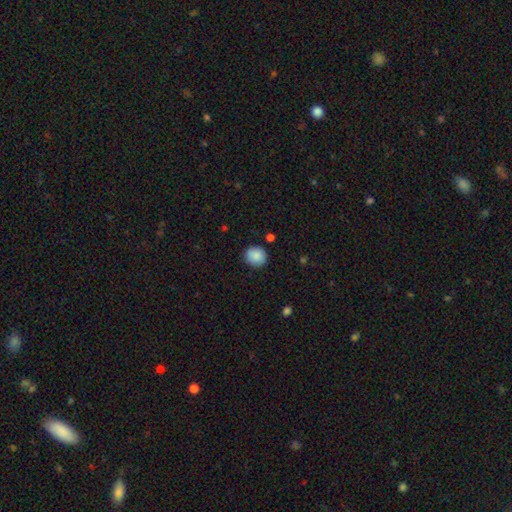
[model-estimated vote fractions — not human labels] Smooth or featured?
  - smooth: 87% *
  - star or artifact: 8%
  - featured or disk: 6%
How rounded?
  - round: 86% *
  - in between: 13%
  - cigar-shaped: 1%
Merging?
  - none: 86% *
  - minor disturbance: 10%
  - major disturbance: 2%
  - merger: 2%